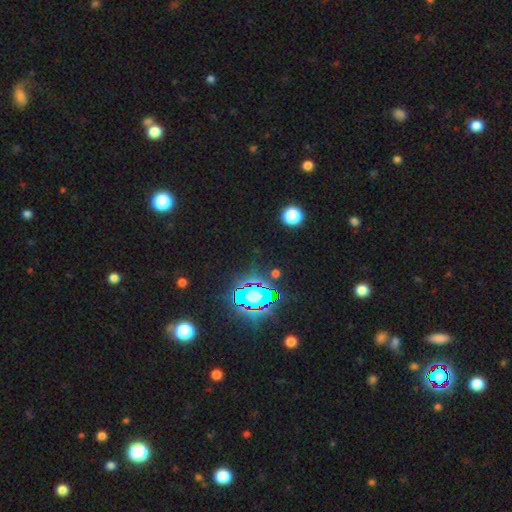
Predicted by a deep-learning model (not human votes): A star or artifact, not a galaxy (75%).